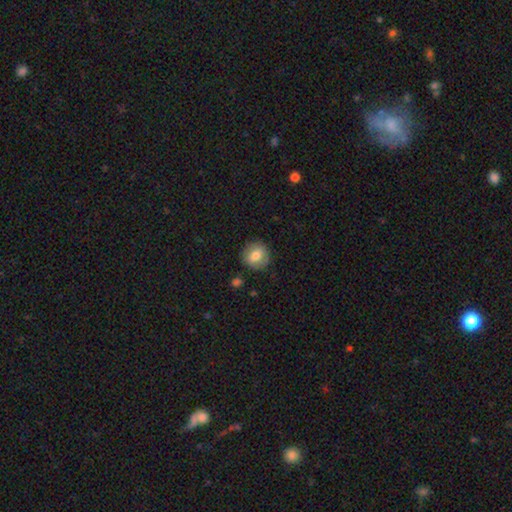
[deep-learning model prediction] Overall: smooth (76%). How rounded: round (89%). Merging: none (87%).